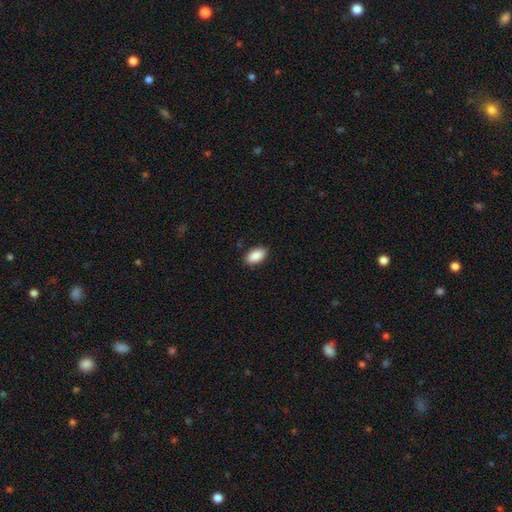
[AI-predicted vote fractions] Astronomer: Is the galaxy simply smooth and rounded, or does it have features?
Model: smooth — 90%.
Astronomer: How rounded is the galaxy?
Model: in between — 94%.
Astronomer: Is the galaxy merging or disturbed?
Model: none — 88%.